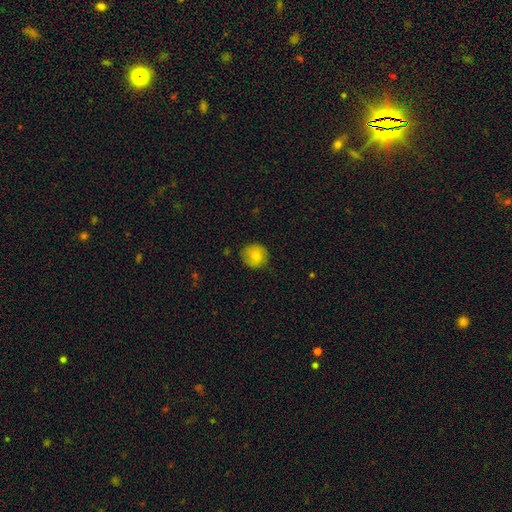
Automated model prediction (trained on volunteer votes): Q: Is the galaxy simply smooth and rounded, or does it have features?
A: smooth — 80%.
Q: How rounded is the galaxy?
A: round — 89%.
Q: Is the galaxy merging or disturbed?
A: none — 81%.